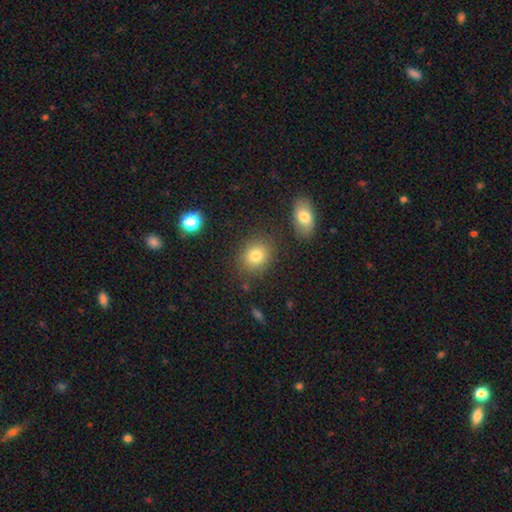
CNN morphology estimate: Smooth or featured: smooth — 80% (star or artifact — 12%)
How rounded: round — 66% (in between — 33%)
Merging: none — 83% (minor disturbance — 9%)